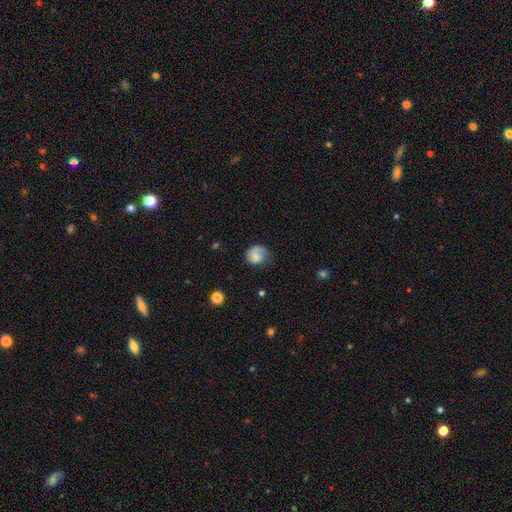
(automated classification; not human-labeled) A smooth galaxy with no disk features (54%) that is round (67%).

Vote fractions:
- Smooth or featured? smooth: 54% / featured or disk: 38% / star or artifact: 8%
- How rounded? round: 67% / in between: 32% / cigar-shaped: 1%
- Merging? none: 53% / minor disturbance: 26% / major disturbance: 19% / merger: 2%